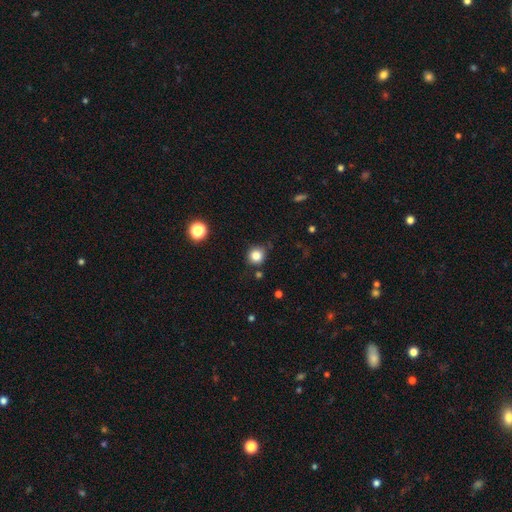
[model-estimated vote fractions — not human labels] This is clearly a smooth galaxy (83%). How rounded: clearly round (91%). Merging: clearly none (81%).